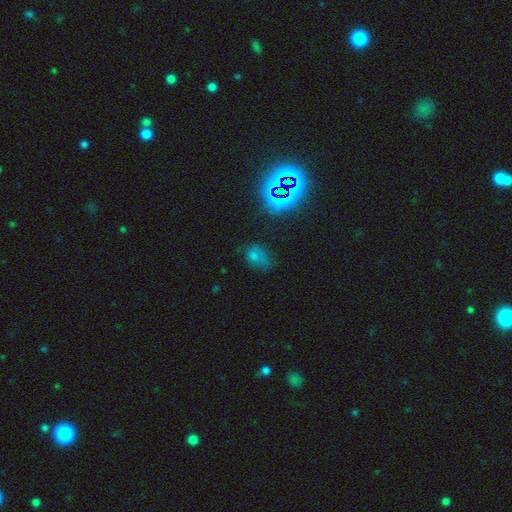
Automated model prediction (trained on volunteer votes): Morphology: type=smooth (55%); roundness=in between (67%); merging=none (46%).